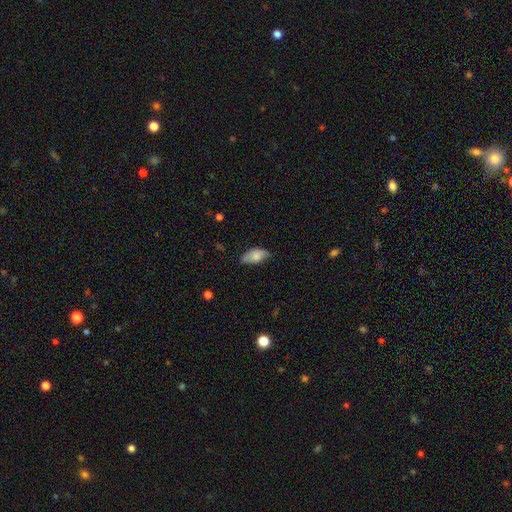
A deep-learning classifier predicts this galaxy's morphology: Smooth or featured? Predicted: smooth (p=0.75). How rounded? Predicted: in between (p=0.89). Merging? Predicted: none (p=0.65).